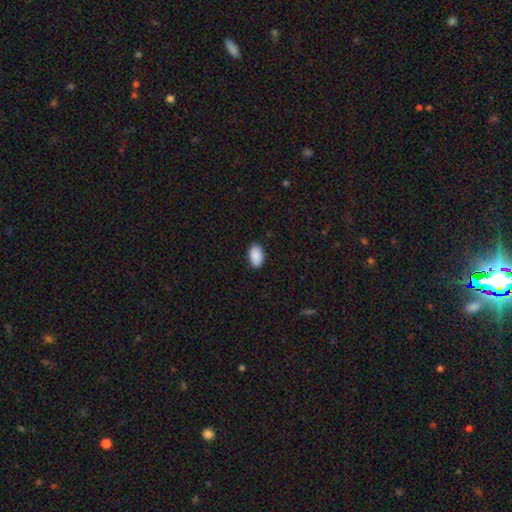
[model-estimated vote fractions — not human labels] Smooth or featured? smooth (91%)
How rounded? in between (92%)
Merging? none (89%)